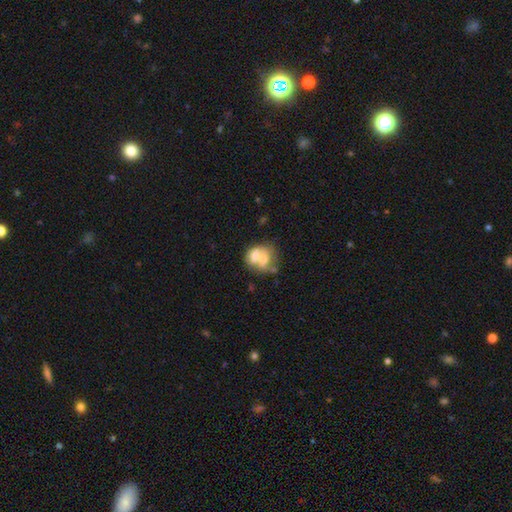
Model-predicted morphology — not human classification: A smooth galaxy with no disk features (53%) that is round (50%). Merging: merger (63%).